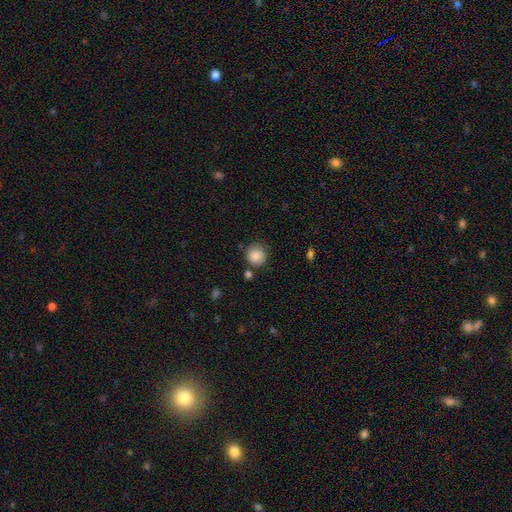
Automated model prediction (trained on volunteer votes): Smooth or featured?
  - smooth: 87% *
  - star or artifact: 8%
  - featured or disk: 5%
How rounded?
  - round: 91% *
  - in between: 8%
  - cigar-shaped: 1%
Merging?
  - none: 80% *
  - minor disturbance: 12%
  - merger: 5%
  - major disturbance: 3%